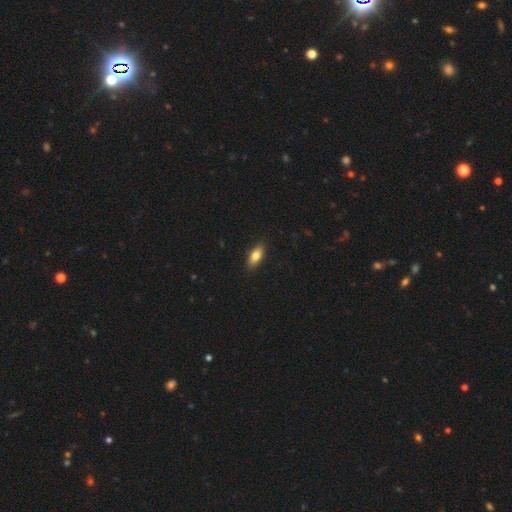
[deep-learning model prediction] smooth_or_featured: smooth (p=0.79) [alt: featured or disk p=0.14]
how_rounded: in between (p=0.82) [alt: cigar-shaped p=0.15]
merging: none (p=0.87) [alt: minor disturbance p=0.10]